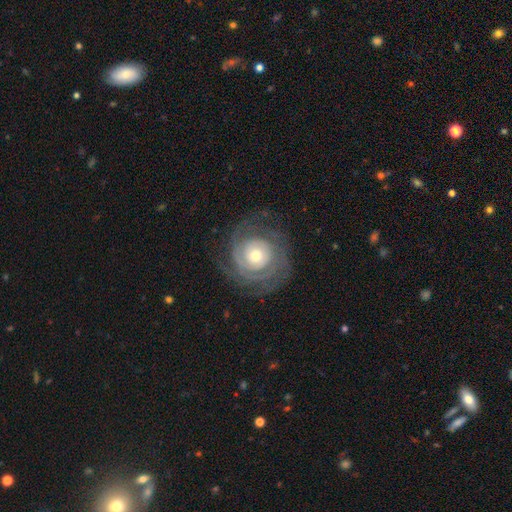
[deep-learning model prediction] Smooth or featured: featured or disk — 81% (smooth — 13%)
Edge-on disk: no — 97% (yes — 3%)
Bar: no — 79% (weak — 16%)
Spiral arms: yes — 92% (no — 8%)
Spiral winding: tight — 75% (medium — 19%)
Spiral arm count: can't tell — 37% (2 — 23%)
Bulge size: moderate — 64% (small — 24%)
Merging: none — 73% (minor disturbance — 15%)